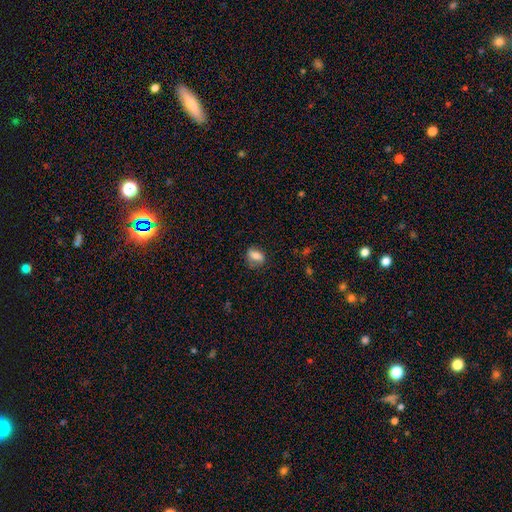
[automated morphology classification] This appears to be a smooth galaxy with no disk features (75%) that is in between round and cigar-shaped (73%). Merging: none (72%).